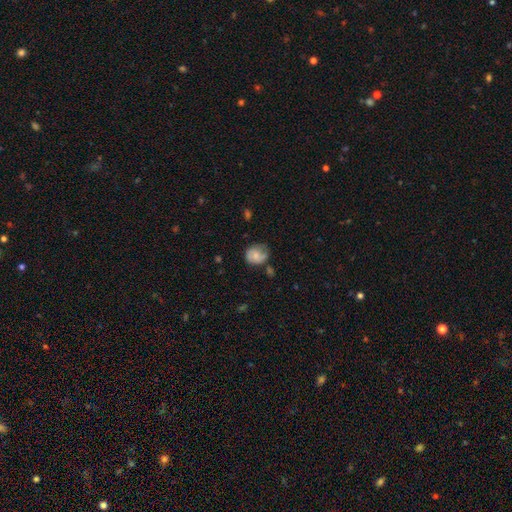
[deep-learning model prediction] Overall: smooth (67%). How rounded: round (61%; in between 38%). Merging: none (49%; minor disturbance 33%).